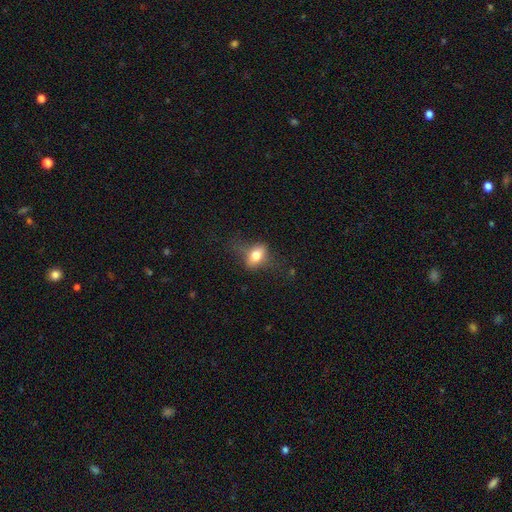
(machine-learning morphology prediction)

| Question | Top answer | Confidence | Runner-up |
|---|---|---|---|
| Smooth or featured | smooth | 69% | featured or disk (21%) |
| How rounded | in between | 76% | round (20%) |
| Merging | none | 56% | minor disturbance (25%) |